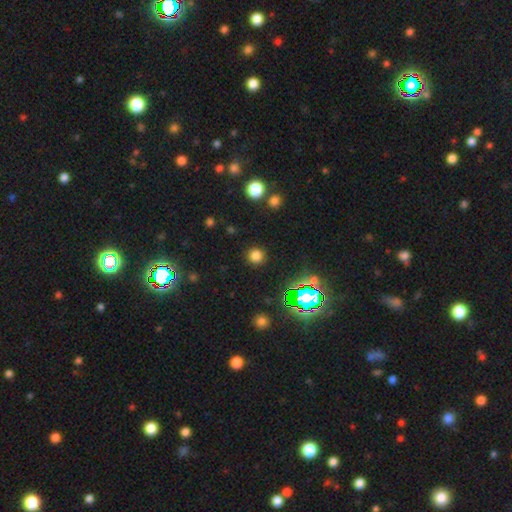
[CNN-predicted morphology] The model was most divided on "smooth or featured": smooth: 74%, star or artifact: 21%, featured or disk: 5%. More confident: how rounded — round (93%); merging — none (90%).